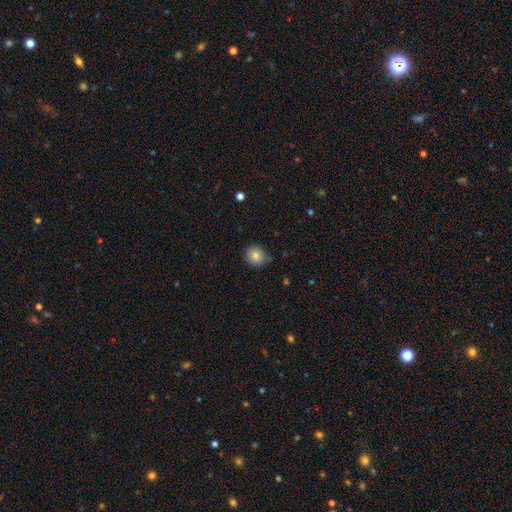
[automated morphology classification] smooth_or_featured: smooth (p=0.82) [alt: star or artifact p=0.10]
how_rounded: round (p=0.84) [alt: in between p=0.15]
merging: none (p=0.81) [alt: minor disturbance p=0.15]